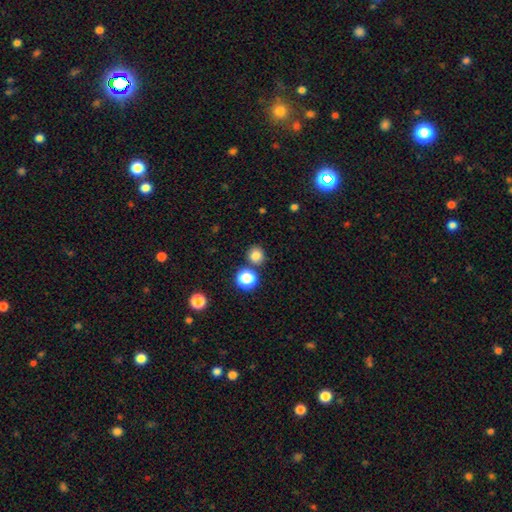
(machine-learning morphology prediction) A smooth galaxy with no disk features (80%) that is round (89%).

Vote fractions:
- Smooth or featured? smooth: 80% / star or artifact: 15% / featured or disk: 5%
- How rounded? round: 89% / in between: 10% / cigar-shaped: 1%
- Merging? none: 81% / merger: 9% / minor disturbance: 8% / major disturbance: 3%